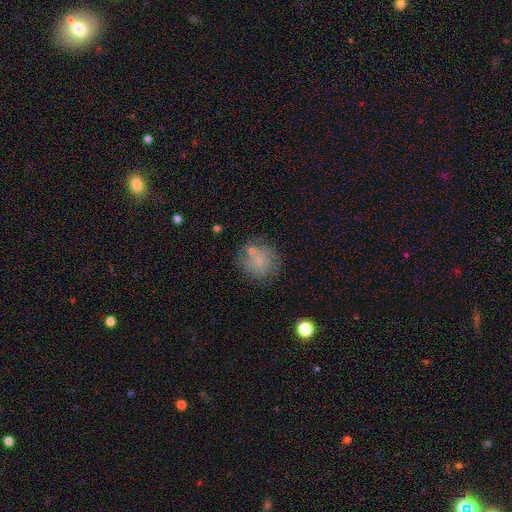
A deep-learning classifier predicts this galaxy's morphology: A smooth galaxy with no disk features (62%) that is round (89%).

Vote fractions:
- Smooth or featured? smooth: 62% / featured or disk: 25% / star or artifact: 13%
- How rounded? round: 89% / in between: 10% / cigar-shaped: 1%
- Merging? none: 69% / minor disturbance: 16% / merger: 9% / major disturbance: 7%